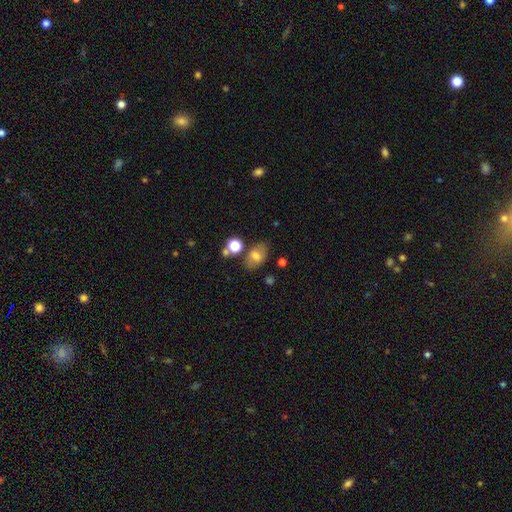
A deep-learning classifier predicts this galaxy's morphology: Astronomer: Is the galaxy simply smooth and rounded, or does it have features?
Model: smooth — 69%.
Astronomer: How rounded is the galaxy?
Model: in between — 81%.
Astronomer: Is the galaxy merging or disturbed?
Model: none — 70%.